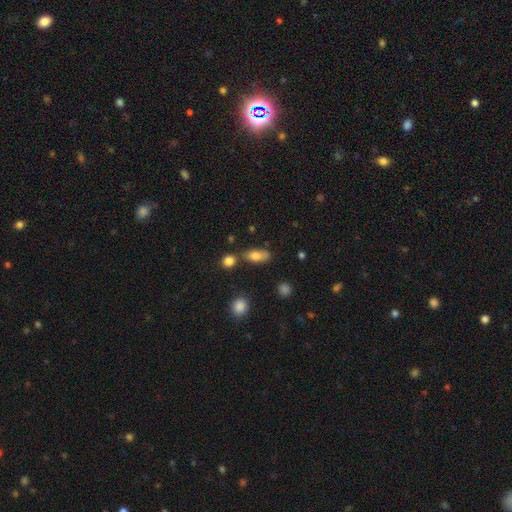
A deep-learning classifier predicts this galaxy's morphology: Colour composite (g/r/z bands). It shows a smooth galaxy with no disk features (79%) that is in between round and cigar-shaped (79%). Merging: none (65%).